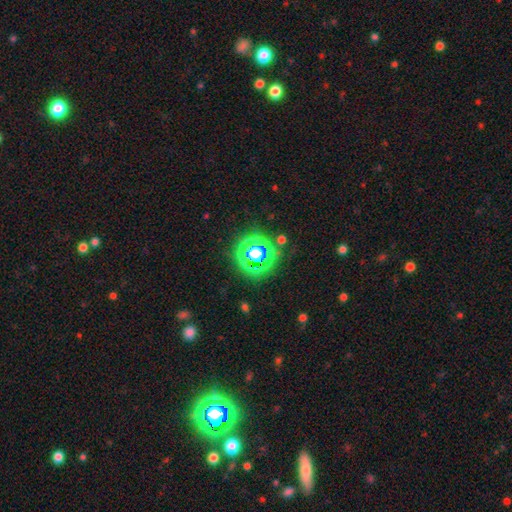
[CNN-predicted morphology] Smooth or featured? star or artifact (77%)